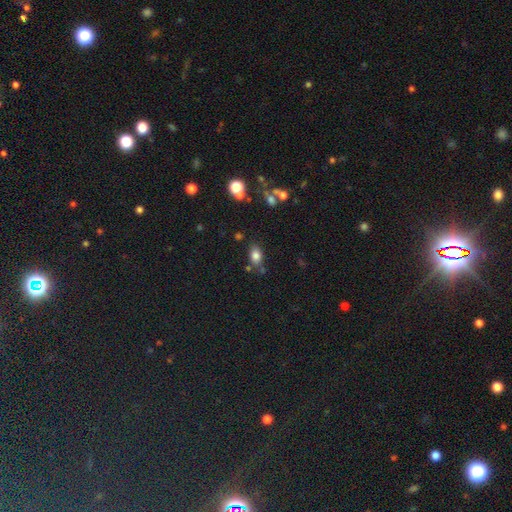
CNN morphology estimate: Smooth or featured? Predicted: smooth (p=0.79). How rounded? Predicted: in between (p=0.80). Merging? Predicted: none (p=0.69).